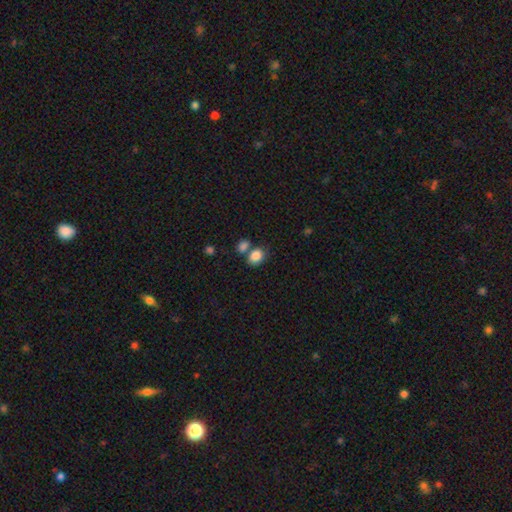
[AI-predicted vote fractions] A smooth galaxy with no disk features (85%) that is in between round and cigar-shaped (63%). Merging: none (53%).